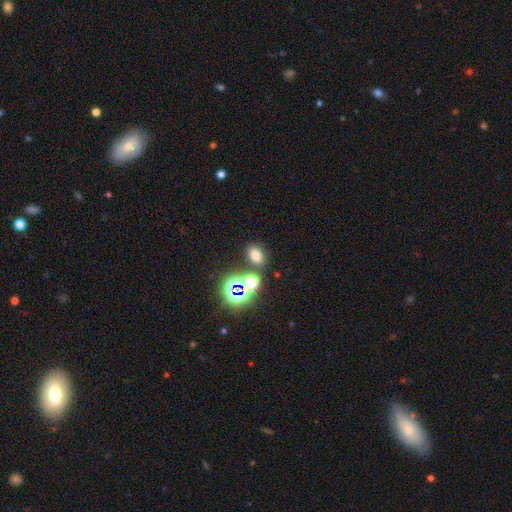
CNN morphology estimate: Q: Smooth or featured?
A: smooth (68%); runner-up: star or artifact (26%)
Q: How rounded?
A: in between (70%); runner-up: round (28%)
Q: Merging?
A: none (78%); runner-up: minor disturbance (9%)